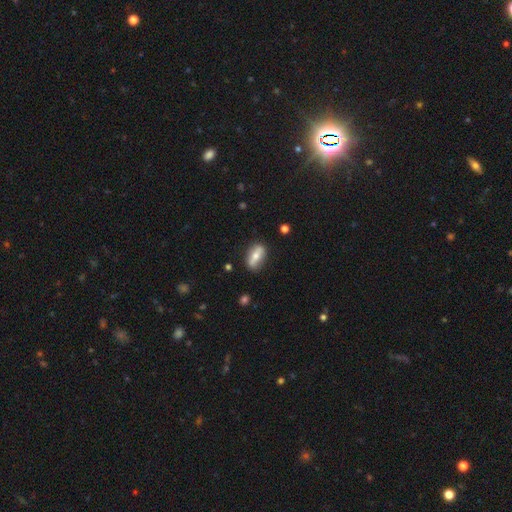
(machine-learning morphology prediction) smooth 54%, featured or disk 39%, star or artifact 7%. Down the decision tree: how rounded — in between (74%); merging — none (82%).